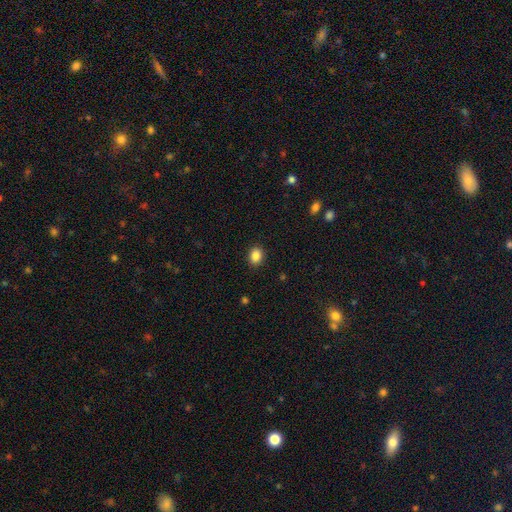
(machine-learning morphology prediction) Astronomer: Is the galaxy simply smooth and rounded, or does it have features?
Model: smooth — 87%.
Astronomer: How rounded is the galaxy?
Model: in between — 51% (runner-up: round, 48%).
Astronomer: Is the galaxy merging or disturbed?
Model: none — 90%.